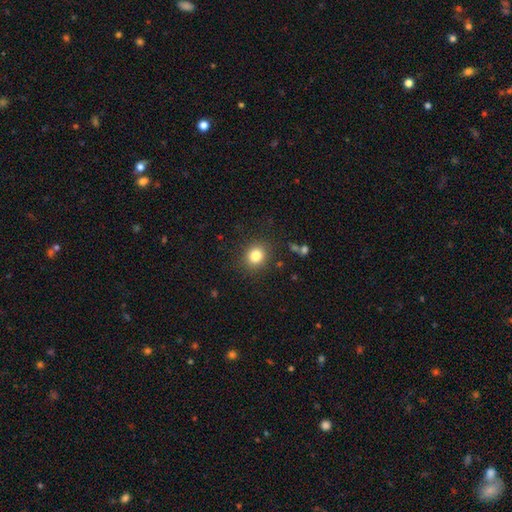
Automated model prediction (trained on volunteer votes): Smooth or featured? smooth (82%)
How rounded? round (75%)
Merging? none (86%)